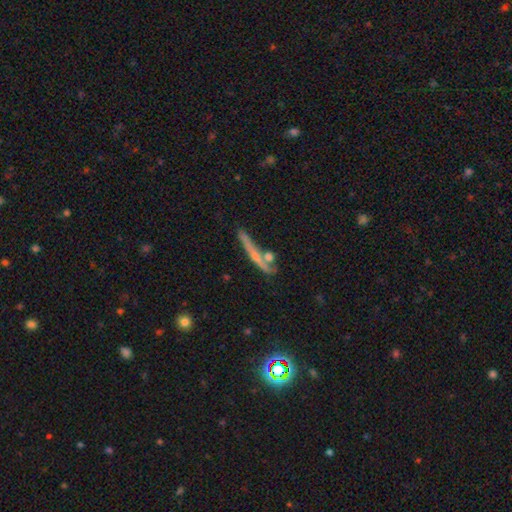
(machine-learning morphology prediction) Overall: featured or disk (54%; smooth 37%). Edge-on disk: yes (92%). Edge-on bulge: rounded (49%; none 45%). Merging: none (66%).